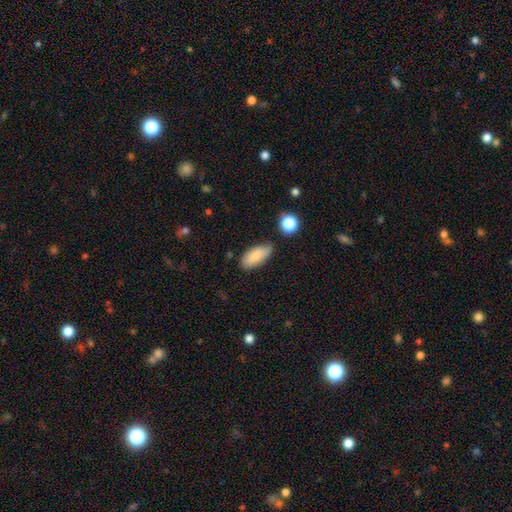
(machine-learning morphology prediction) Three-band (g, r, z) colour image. It shows a smooth galaxy with no disk features (84%) that is in between round and cigar-shaped (87%). Merging: none (75%).